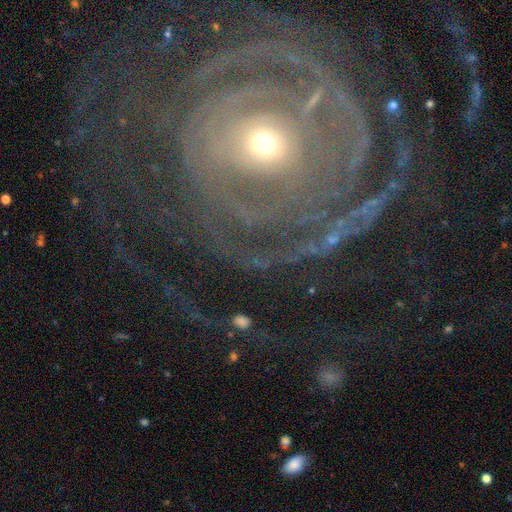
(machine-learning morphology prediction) smooth_or_featured: featured or disk (p=0.84) [alt: star or artifact p=0.08]
disk_edge_on: no (p=0.96) [alt: yes p=0.04]
bar: no (p=0.72) [alt: weak p=0.17]
has_spiral_arms: yes (p=0.88) [alt: no p=0.12]
spiral_winding: tight (p=0.76) [alt: medium p=0.17]
spiral_arm_count: can't tell (p=0.33) [alt: 2 p=0.16]
bulge_size: small (p=0.61) [alt: moderate p=0.33]
merging: none (p=0.65) [alt: major disturbance p=0.19]